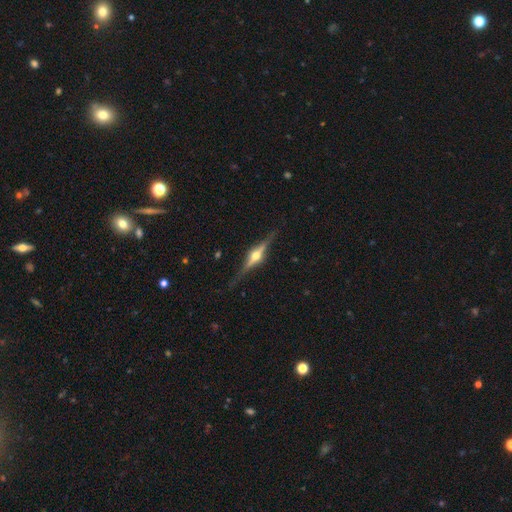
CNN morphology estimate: smooth_or_featured: featured or disk (p=0.84) [alt: smooth p=0.10]
disk_edge_on: yes (p=0.98) [alt: no p=0.02]
edge_on_bulge: rounded (p=0.94) [alt: boxy p=0.04]
merging: none (p=0.86) [alt: minor disturbance p=0.10]